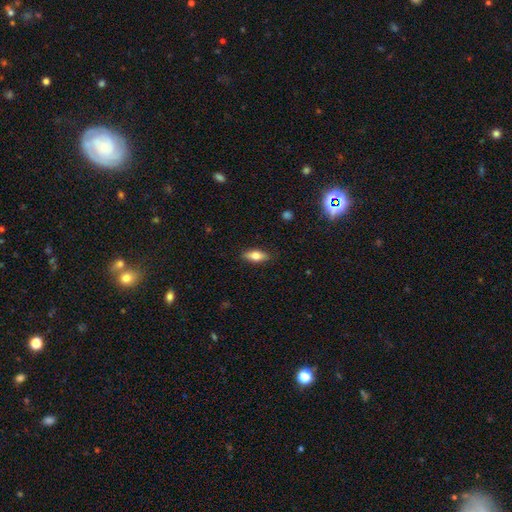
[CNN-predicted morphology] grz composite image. It shows a smooth galaxy with no disk features (71%) that is in between round and cigar-shaped (75%). Merging: none (87%).